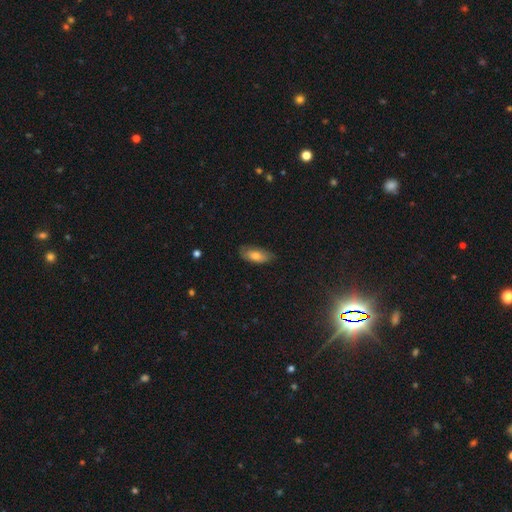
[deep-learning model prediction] Smooth or featured? smooth (71%)
How rounded? in between (83%)
Merging? none (76%)